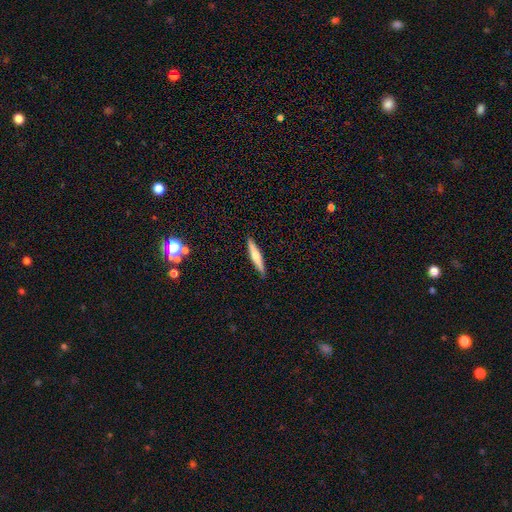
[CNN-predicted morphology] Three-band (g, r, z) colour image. It shows a smooth galaxy with no disk features (53%) that is cigar-shaped (91%). Merging: none (89%).